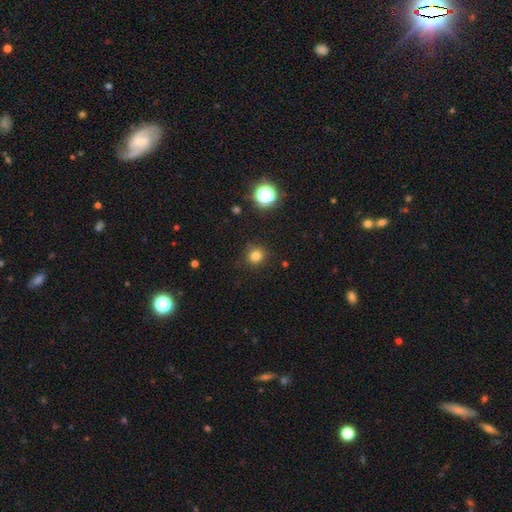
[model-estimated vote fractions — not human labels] smooth 80%, star or artifact 15%, featured or disk 5%. Down the decision tree: how rounded — round (89%); merging — none (86%).